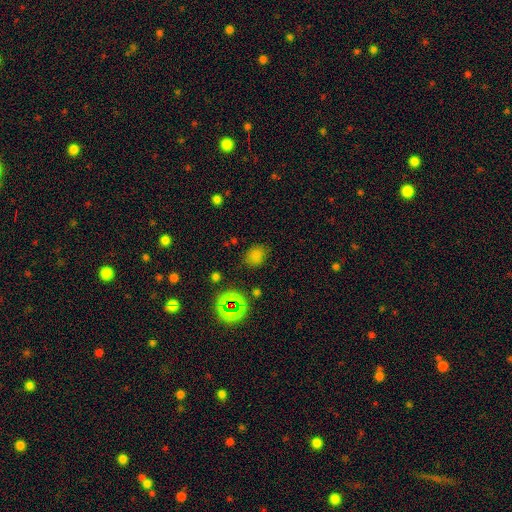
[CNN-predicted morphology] A smooth galaxy with no disk features (68%) that is round (57%). Merging: none (77%).